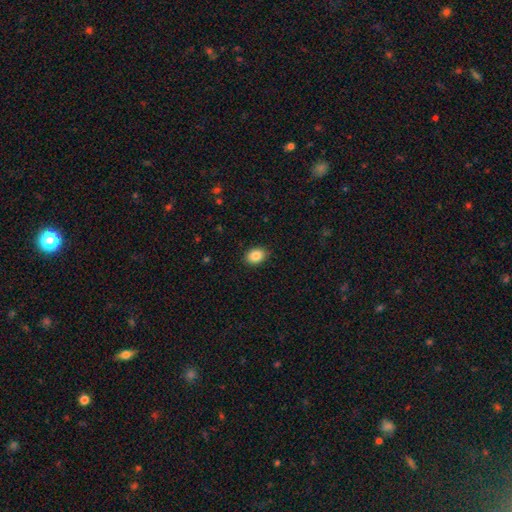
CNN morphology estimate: Smooth or featured? Predicted: smooth (p=0.87). How rounded? Predicted: in between (p=0.67). Merging? Predicted: none (p=0.89).